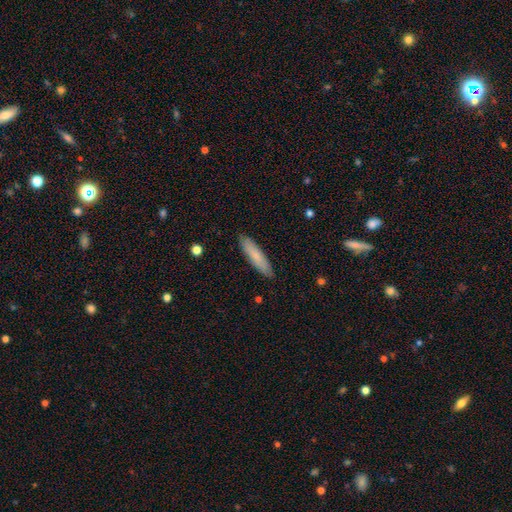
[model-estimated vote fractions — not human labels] Smooth or featured: smooth — 75% (featured or disk — 19%)
How rounded: cigar-shaped — 79% (in between — 20%)
Merging: none — 89% (minor disturbance — 8%)